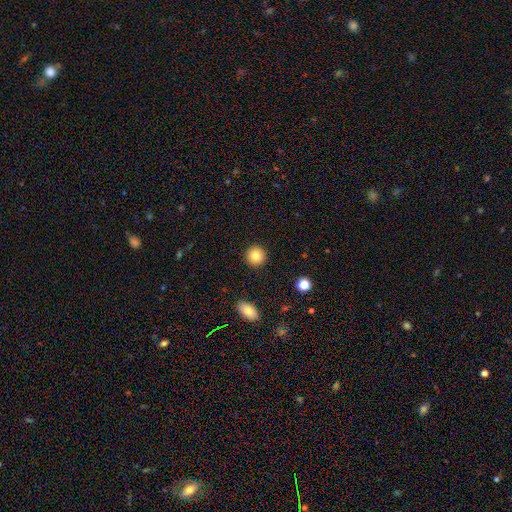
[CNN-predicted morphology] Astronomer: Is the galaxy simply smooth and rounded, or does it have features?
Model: smooth — 84%.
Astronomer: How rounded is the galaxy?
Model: round — 93%.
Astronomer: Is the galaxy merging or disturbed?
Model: none — 92%.